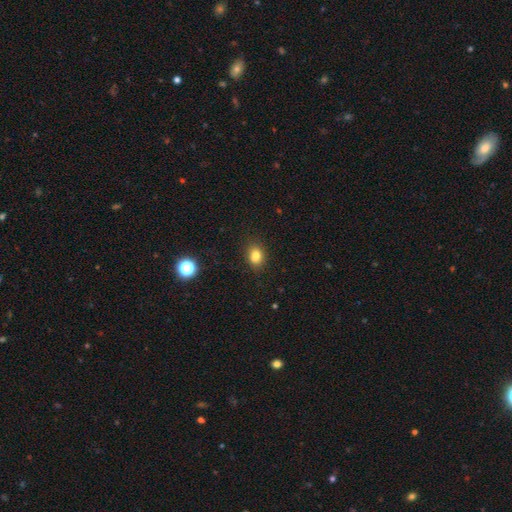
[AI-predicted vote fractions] This is clearly a smooth galaxy (81%). How rounded: likely in between (60%). Merging: clearly none (85%).